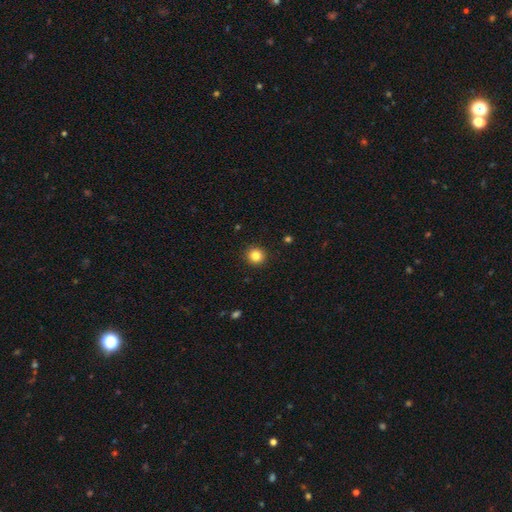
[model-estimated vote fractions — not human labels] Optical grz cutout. It shows a smooth galaxy with no disk features (83%) that is round (93%). Merging: none (93%).